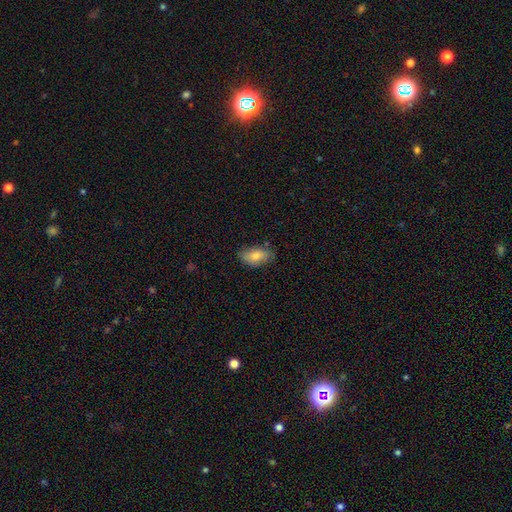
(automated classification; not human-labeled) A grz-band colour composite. It shows a smooth galaxy with no disk features (71%) that is in between round and cigar-shaped (91%). Merging: none (78%).